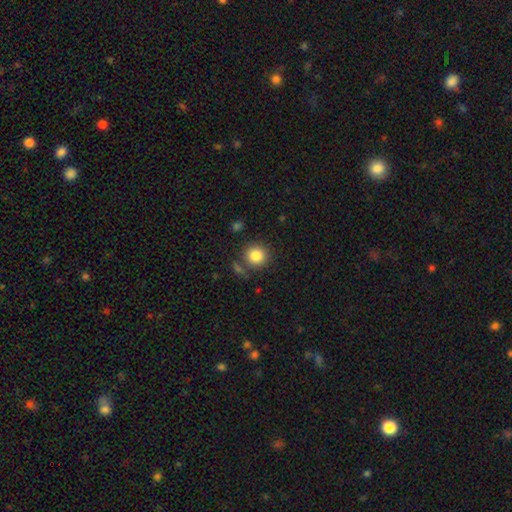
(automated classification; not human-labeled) Overall: smooth (84%). How rounded: round (92%). Merging: none (78%).